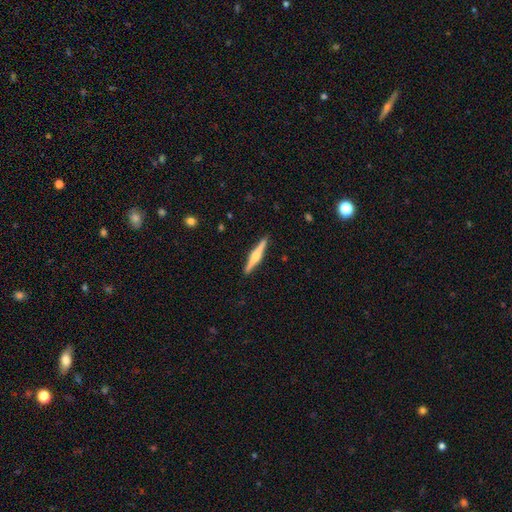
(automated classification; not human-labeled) featured or disk 68%, smooth 27%, star or artifact 5%. Down the decision tree: edge-on disk — yes (98%); edge-on bulge — rounded (87%); merging — none (92%).